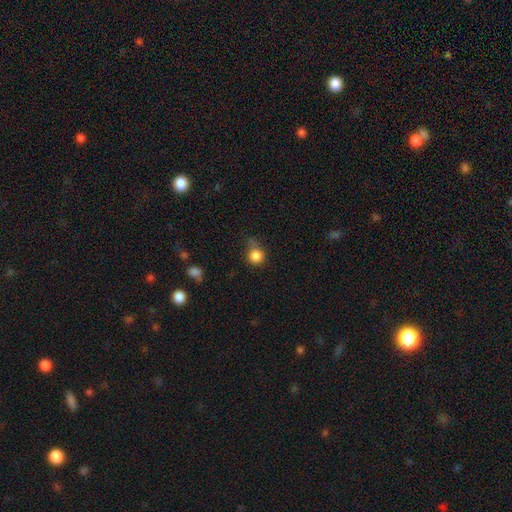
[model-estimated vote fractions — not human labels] A smooth galaxy with no disk features (84%) that is round (89%). Merging: none (58%).